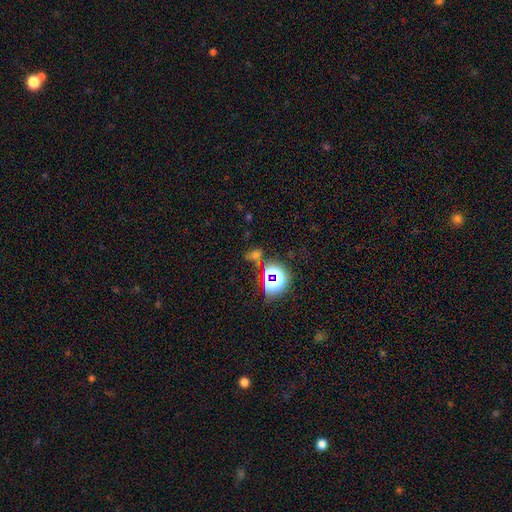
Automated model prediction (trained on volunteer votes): A star or artifact, not a galaxy (53%).

Vote fractions:
- Smooth or featured? star or artifact: 53% / smooth: 38% / featured or disk: 9%